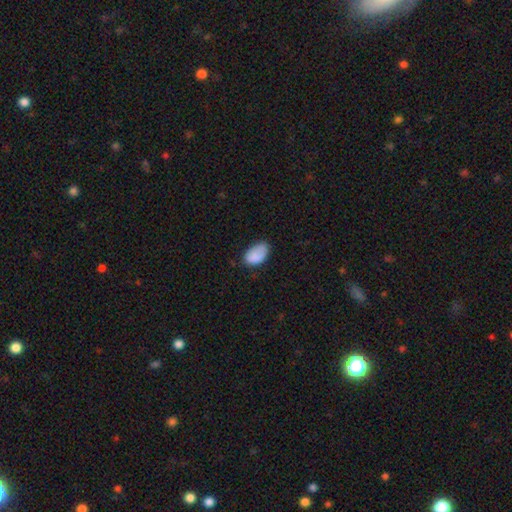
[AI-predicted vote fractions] Smooth or featured: smooth — 85% (star or artifact — 8%)
How rounded: in between — 93% (round — 6%)
Merging: none — 59% (minor disturbance — 31%)